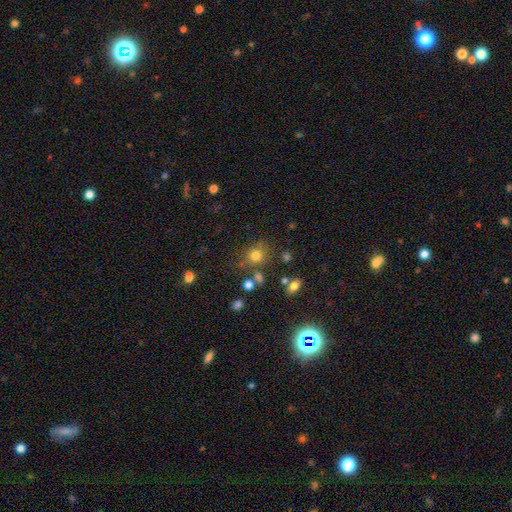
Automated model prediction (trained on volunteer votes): A smooth galaxy with no disk features (75%) that is round (82%).

Vote fractions:
- Smooth or featured? smooth: 75% / star or artifact: 17% / featured or disk: 8%
- How rounded? round: 82% / in between: 17% / cigar-shaped: 1%
- Merging? none: 71% / minor disturbance: 13% / merger: 11% / major disturbance: 6%